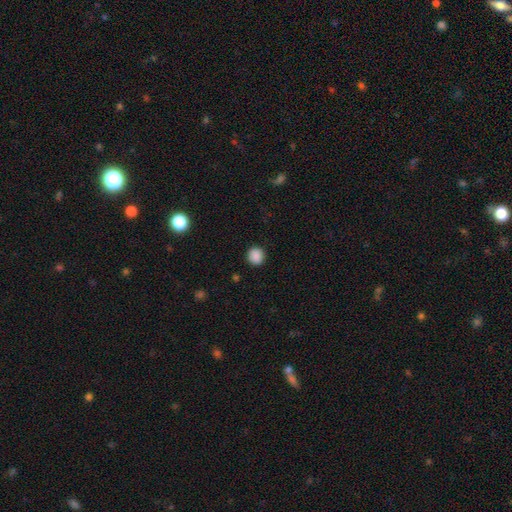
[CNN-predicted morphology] type=smooth (88%); roundness=round (89%); merging=none (90%).